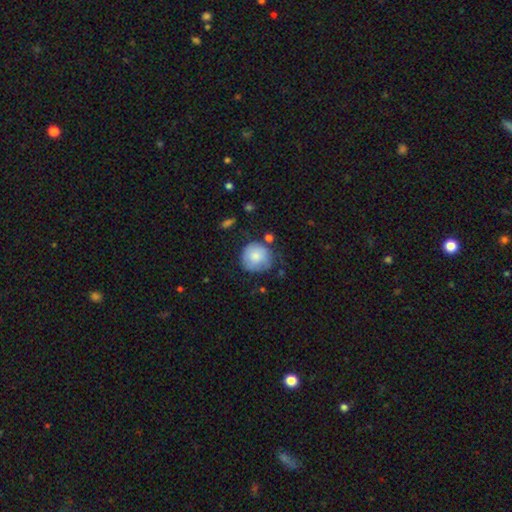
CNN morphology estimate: Smooth or featured? smooth (78%)
How rounded? round (90%)
Merging? none (61%)